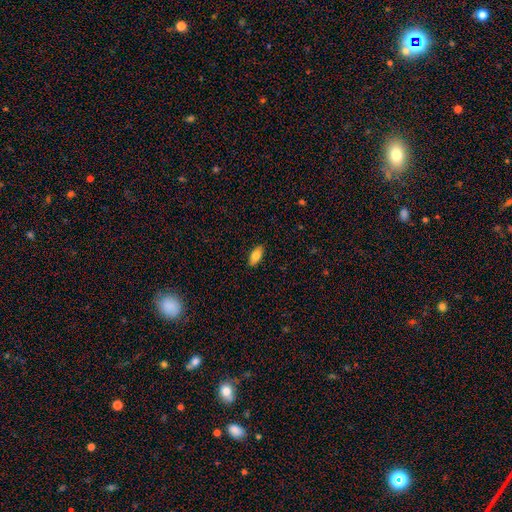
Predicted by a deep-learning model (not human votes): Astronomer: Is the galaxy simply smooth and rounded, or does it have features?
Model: smooth — 78%.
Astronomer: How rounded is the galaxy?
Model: in between — 85%.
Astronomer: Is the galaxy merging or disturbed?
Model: none — 89%.